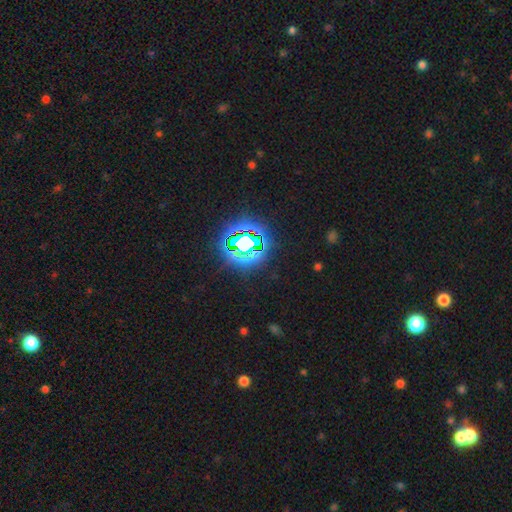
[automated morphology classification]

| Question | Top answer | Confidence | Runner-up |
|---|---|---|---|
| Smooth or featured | star or artifact | 83% | smooth (11%) |